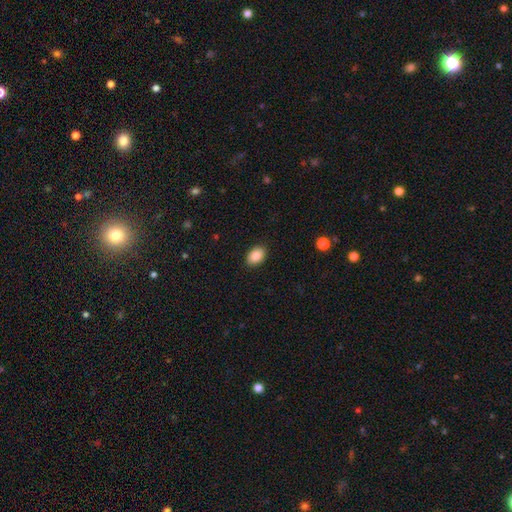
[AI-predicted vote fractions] Smooth or featured?
  - smooth: 87% *
  - star or artifact: 7%
  - featured or disk: 6%
How rounded?
  - in between: 86% *
  - round: 13%
  - cigar-shaped: 1%
Merging?
  - none: 89% *
  - minor disturbance: 8%
  - major disturbance: 2%
  - merger: 1%